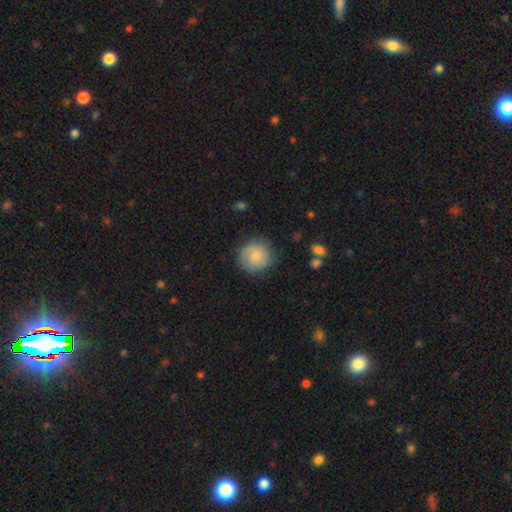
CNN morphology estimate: A smooth galaxy with no disk features (73%) that is round (90%).

Vote fractions:
- Smooth or featured? smooth: 73% / featured or disk: 19% / star or artifact: 7%
- How rounded? round: 90% / in between: 9% / cigar-shaped: 1%
- Merging? none: 78% / minor disturbance: 16% / major disturbance: 5% / merger: 2%